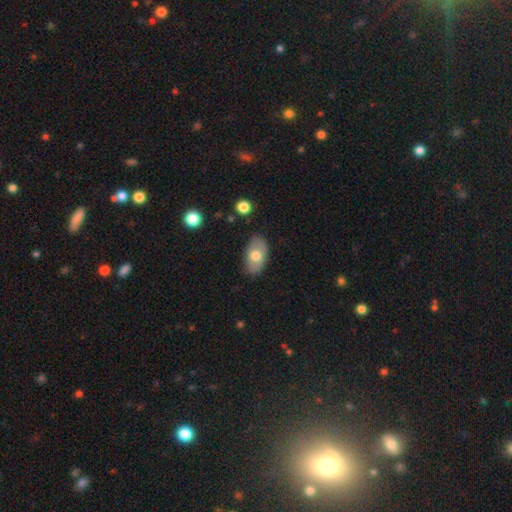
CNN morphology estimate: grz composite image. It shows a smooth galaxy with no disk features (65%) that is in between round and cigar-shaped (92%). Merging: none (81%).